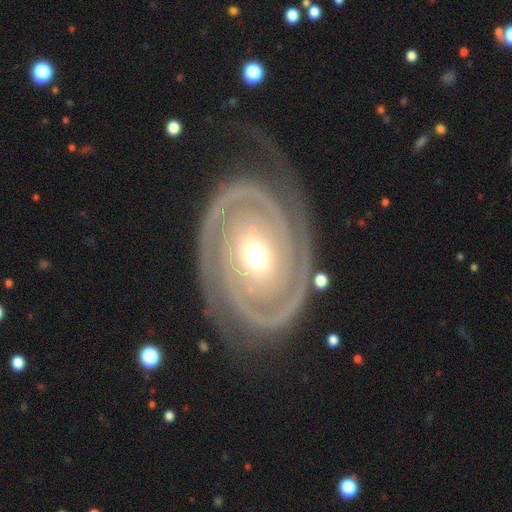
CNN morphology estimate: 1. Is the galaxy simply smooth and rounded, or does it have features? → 92% featured or disk, 5% smooth, 4% star or artifact.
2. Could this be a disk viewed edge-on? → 97% no, 3% yes.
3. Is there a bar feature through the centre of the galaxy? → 76% no, 15% weak, 9% strong.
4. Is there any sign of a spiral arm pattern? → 95% yes, 5% no.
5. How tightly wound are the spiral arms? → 71% tight, 23% medium, 7% loose.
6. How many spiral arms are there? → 86% 2, 4% can't tell, 3% 3, 3% 1, 2% 4, 2% more than 4.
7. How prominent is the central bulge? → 67% moderate, 22% small, 9% large, 2% dominant, 1% none.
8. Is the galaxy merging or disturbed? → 76% none, 14% minor disturbance, 8% major disturbance, 3% merger.